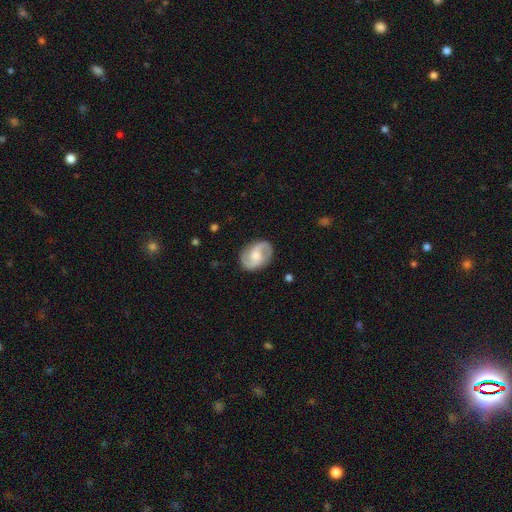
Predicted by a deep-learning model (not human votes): Q: Smooth or featured?
A: featured or disk (80%); runner-up: smooth (15%)
Q: Edge-on disk?
A: no (98%); runner-up: yes (2%)
Q: Bar?
A: no (46%); runner-up: weak (43%)
Q: Spiral arms?
A: yes (95%); runner-up: no (5%)
Q: Spiral winding?
A: medium (50%); runner-up: loose (30%)
Q: Spiral arm count?
A: 2 (92%); runner-up: can't tell (3%)
Q: Bulge size?
A: moderate (50%); runner-up: small (34%)
Q: Merging?
A: none (83%); runner-up: minor disturbance (12%)